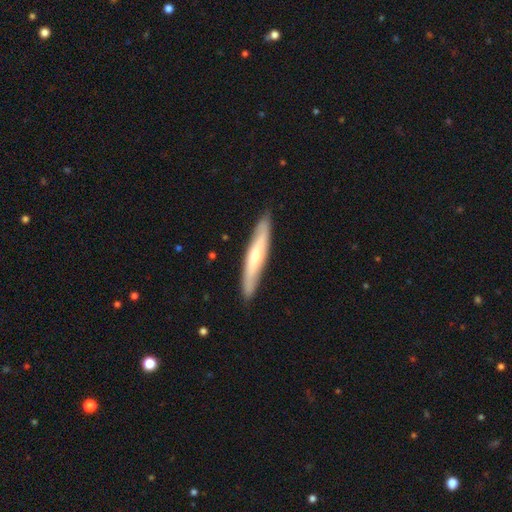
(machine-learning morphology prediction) featured or disk 49%, smooth 46%, star or artifact 5%. Down the decision tree: merging — none (88%).